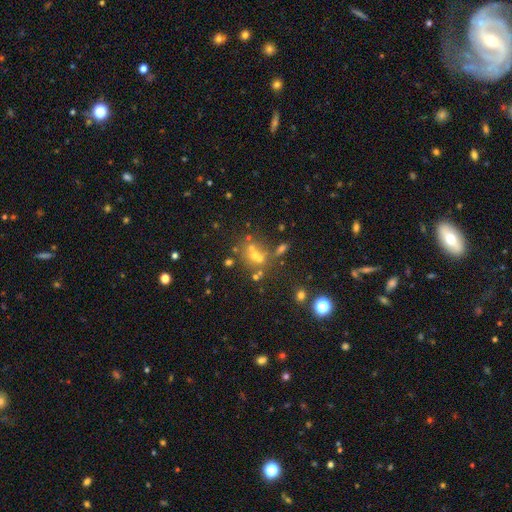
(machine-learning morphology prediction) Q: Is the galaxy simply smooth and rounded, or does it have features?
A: smooth — 45%.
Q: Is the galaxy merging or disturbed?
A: none — 42%.